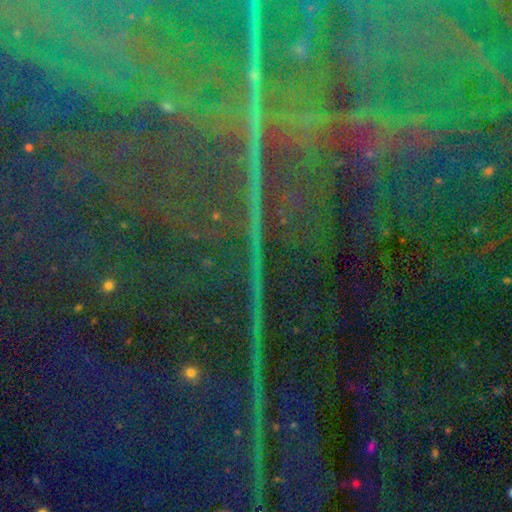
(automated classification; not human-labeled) This appears to be a star or artifact, not a galaxy (87%).